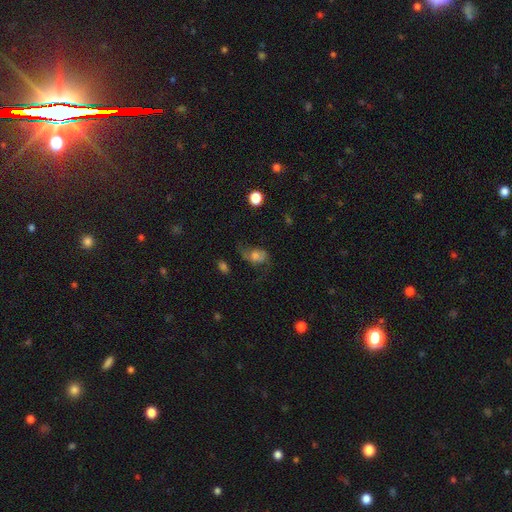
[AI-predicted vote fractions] The model was most divided on "merging": none: 37%, major disturbance: 34%, minor disturbance: 26%, merger: 3%. More confident: how rounded — in between (70%); smooth or featured — smooth (55%).